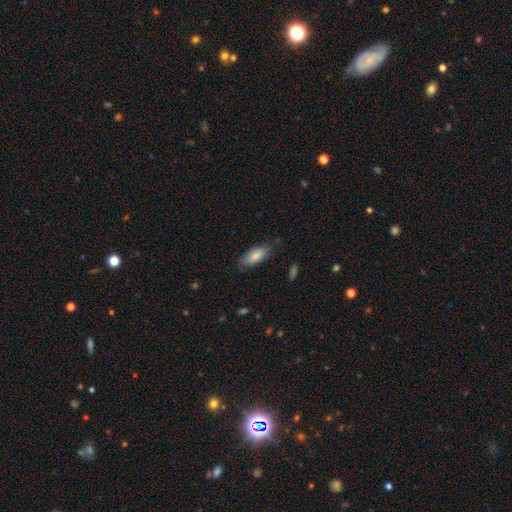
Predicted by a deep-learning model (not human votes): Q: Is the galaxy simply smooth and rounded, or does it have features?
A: smooth — 83%.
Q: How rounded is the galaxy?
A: in between — 84%.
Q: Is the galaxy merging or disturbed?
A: none — 75%.